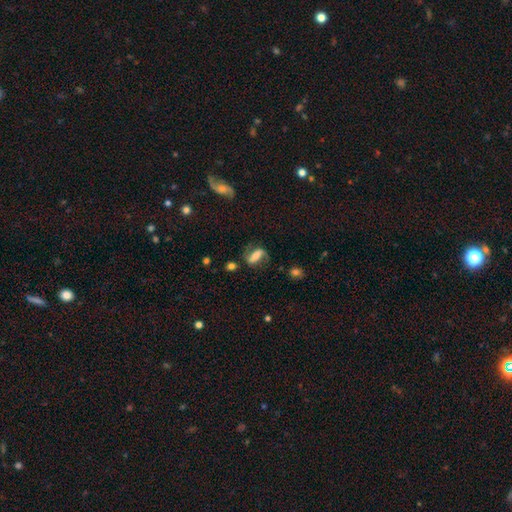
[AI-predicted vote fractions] Smooth or featured? Predicted: featured or disk (p=0.64). Edge-on disk? Predicted: no (p=0.92). Bar? Predicted: strong (p=0.53). Spiral arms? Predicted: yes (p=0.88). Spiral winding? Predicted: loose (p=0.47). Spiral arm count? Predicted: 2 (p=0.88). Bulge size? Predicted: moderate (p=0.35). Merging? Predicted: none (p=0.66).